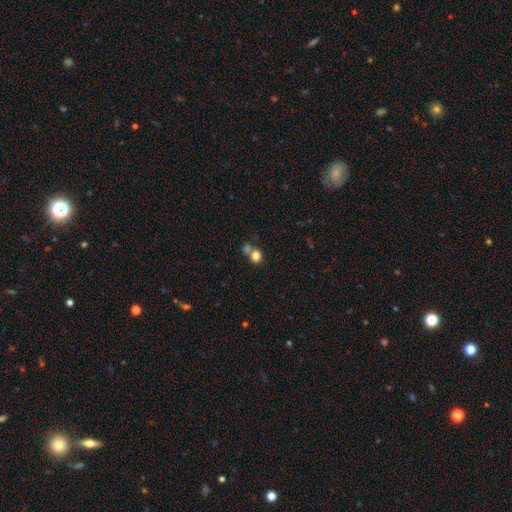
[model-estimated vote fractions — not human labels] Morphology: type=smooth (79%); roundness=round (74%); merging=merger (43%, tied with none).